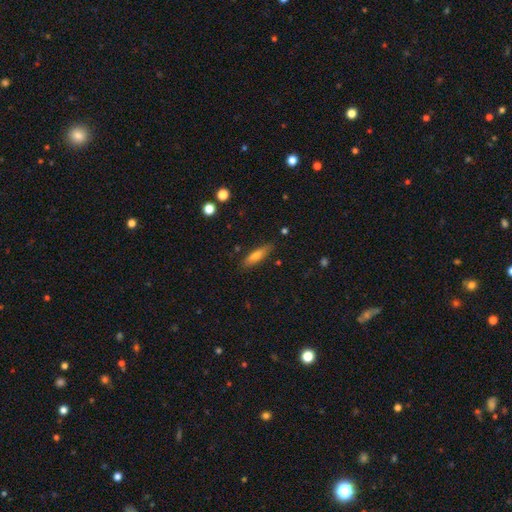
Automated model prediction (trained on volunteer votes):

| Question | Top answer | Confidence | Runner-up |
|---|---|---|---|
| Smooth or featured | smooth | 69% | featured or disk (24%) |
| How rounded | cigar-shaped | 66% | in between (32%) |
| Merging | none | 83% | minor disturbance (12%) |